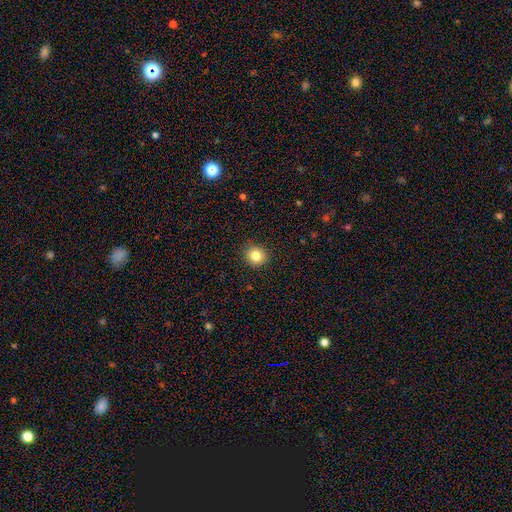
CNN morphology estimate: Overall: smooth (83%). How rounded: round (91%). Merging: none (91%).